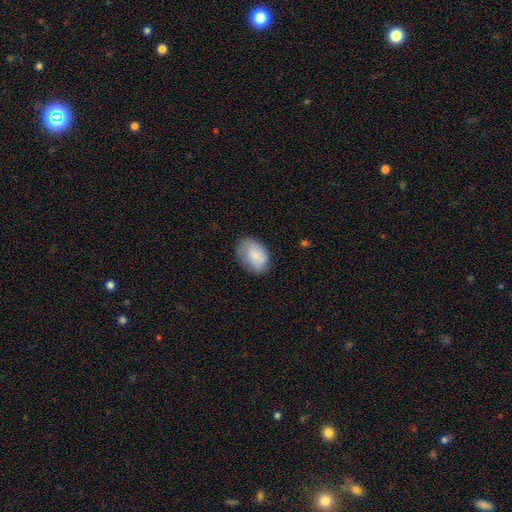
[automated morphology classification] The model was most divided on "merging": none: 73%, minor disturbance: 21%, major disturbance: 5%, merger: 1%. More confident: how rounded — in between (84%); smooth or featured — smooth (81%).